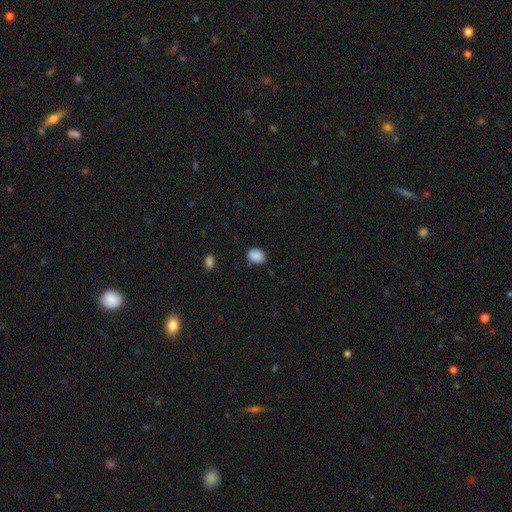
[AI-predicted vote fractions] smooth_or_featured: smooth (p=0.88) [alt: star or artifact p=0.08]
how_rounded: in between (p=0.60) [alt: round p=0.39]
merging: none (p=0.79) [alt: minor disturbance p=0.16]